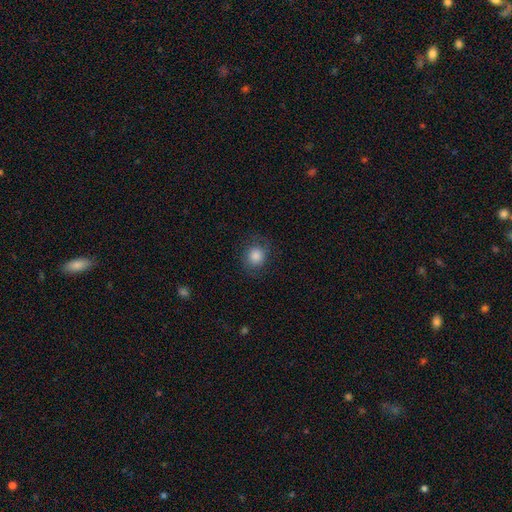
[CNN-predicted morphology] Smooth or featured: smooth — 81% (featured or disk — 10%)
How rounded: round — 81% (in between — 18%)
Merging: none — 78% (minor disturbance — 14%)